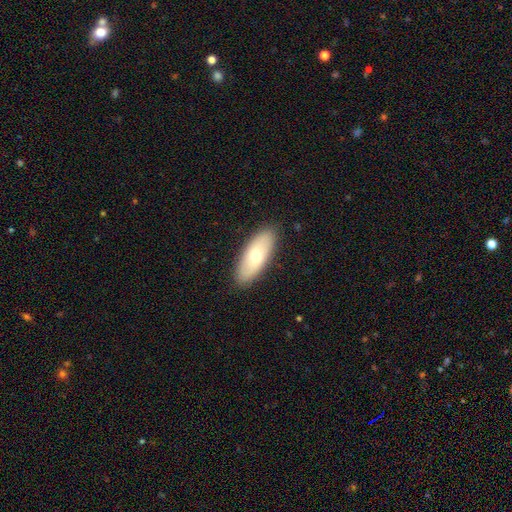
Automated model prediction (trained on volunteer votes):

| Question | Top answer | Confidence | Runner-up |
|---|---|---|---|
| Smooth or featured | smooth | 65% | featured or disk (29%) |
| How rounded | in between | 77% | cigar-shaped (20%) |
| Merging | none | 89% | minor disturbance (9%) |